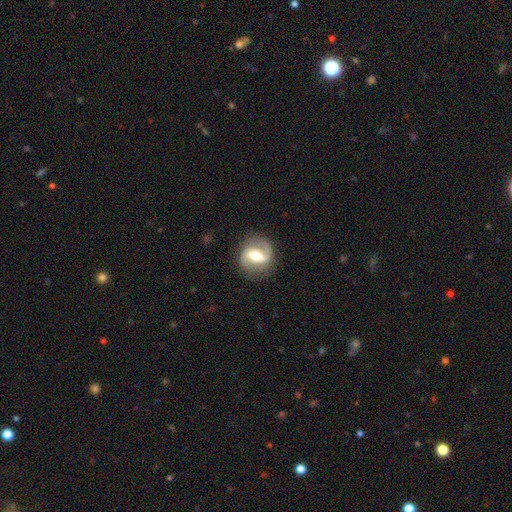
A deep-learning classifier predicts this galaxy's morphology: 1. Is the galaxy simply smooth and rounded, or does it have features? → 83% featured or disk, 12% smooth, 5% star or artifact.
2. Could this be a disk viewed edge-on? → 97% no, 3% yes.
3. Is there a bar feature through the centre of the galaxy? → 42% weak, 38% strong, 20% no.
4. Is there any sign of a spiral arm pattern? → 93% yes, 7% no.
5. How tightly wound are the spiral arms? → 46% medium, 38% loose, 16% tight.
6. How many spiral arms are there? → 89% 2, 5% 1, 3% can't tell, 1% 3, 1% 4, 1% more than 4.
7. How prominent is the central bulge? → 66% moderate, 17% small, 13% large, 2% dominant, 1% none.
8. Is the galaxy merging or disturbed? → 83% none, 11% minor disturbance, 5% major disturbance, 1% merger.